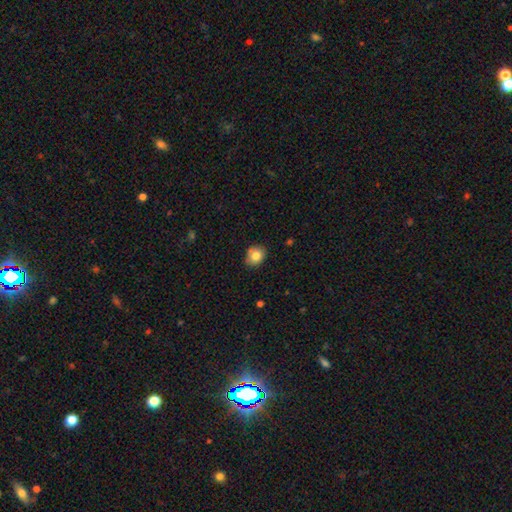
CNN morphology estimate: A smooth galaxy with no disk features (82%) that is round (70%).

Vote fractions:
- Smooth or featured? smooth: 82% / star or artifact: 9% / featured or disk: 9%
- How rounded? round: 70% / in between: 30% / cigar-shaped: 1%
- Merging? none: 77% / minor disturbance: 18% / major disturbance: 3% / merger: 2%